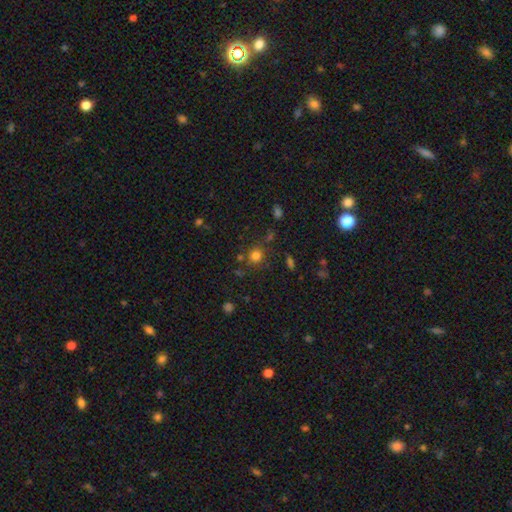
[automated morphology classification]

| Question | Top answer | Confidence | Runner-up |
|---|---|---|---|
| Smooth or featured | smooth | 77% | star or artifact (16%) |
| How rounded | round | 86% | in between (13%) |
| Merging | none | 76% | minor disturbance (12%) |